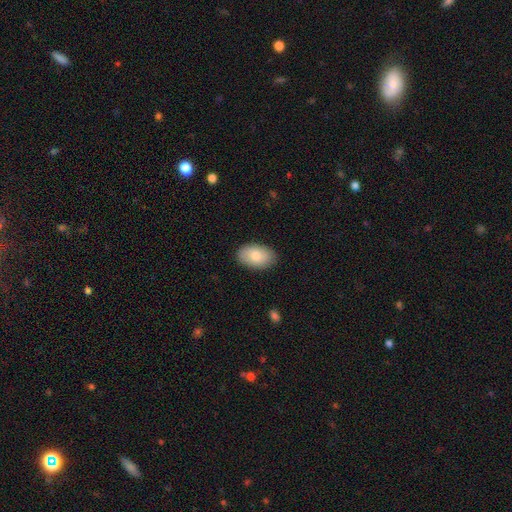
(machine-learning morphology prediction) smooth 81%, featured or disk 12%, star or artifact 6%. Down the decision tree: how rounded — in between (92%); merging — none (87%).